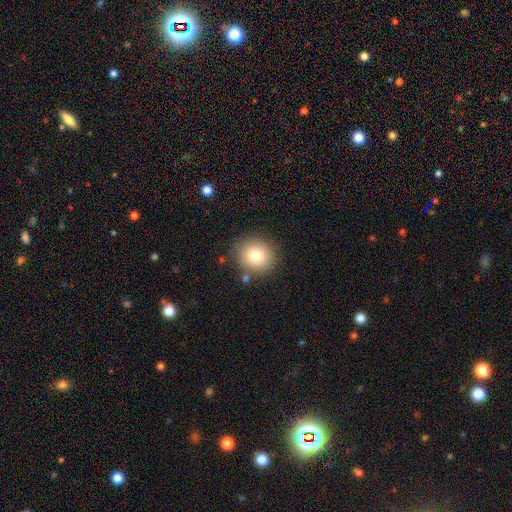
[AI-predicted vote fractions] The model was most divided on "smooth or featured": smooth: 80%, star or artifact: 10%, featured or disk: 10%. More confident: how rounded — round (87%); merging — none (84%).